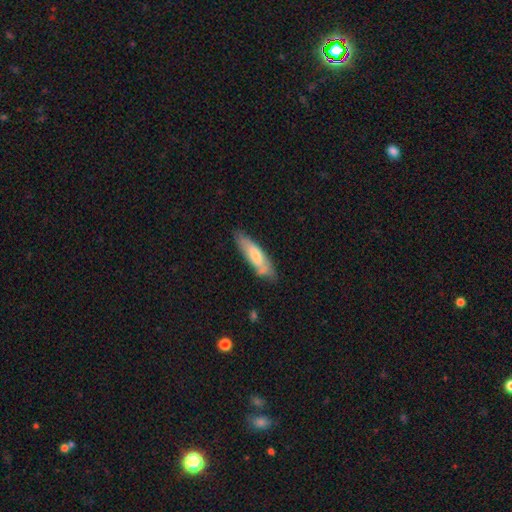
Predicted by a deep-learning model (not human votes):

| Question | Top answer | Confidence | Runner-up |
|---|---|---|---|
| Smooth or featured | smooth | 63% | featured or disk (32%) |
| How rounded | cigar-shaped | 63% | in between (36%) |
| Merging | none | 67% | minor disturbance (23%) |